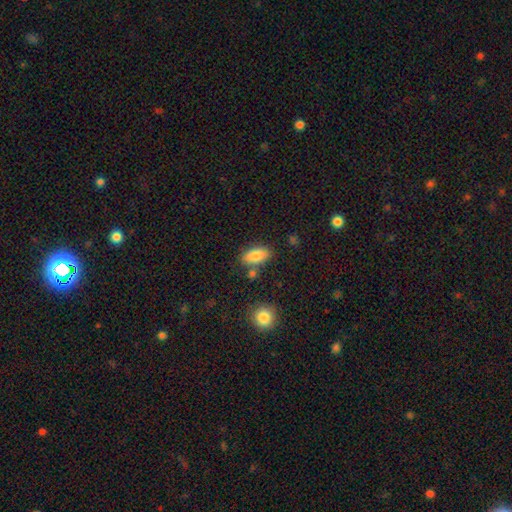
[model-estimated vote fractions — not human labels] A smooth galaxy with no disk features (83%) that is in between round and cigar-shaped (90%). Merging: none (76%).